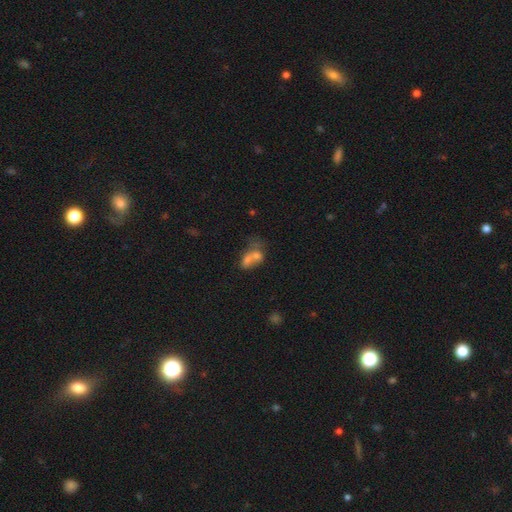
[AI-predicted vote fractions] smooth-or-featured: smooth: 65% | featured or disk: 22% | star or artifact: 13%
  how-rounded: in between: 64% | round: 34% | cigar-shaped: 3%
  merging: merger: 68% | none: 16% | major disturbance: 8% | minor disturbance: 7%